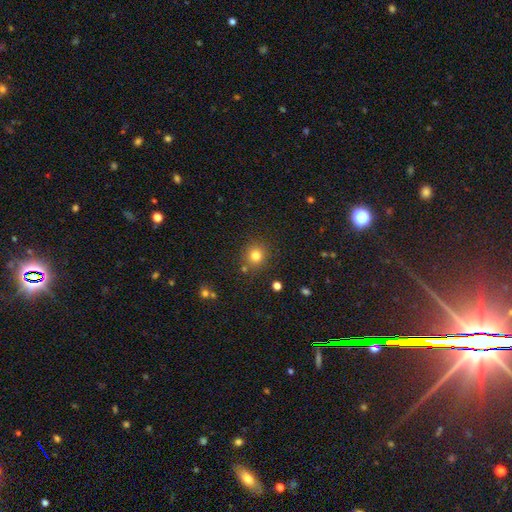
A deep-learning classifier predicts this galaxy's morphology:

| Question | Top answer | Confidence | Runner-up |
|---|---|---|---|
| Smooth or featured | smooth | 80% | star or artifact (14%) |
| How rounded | round | 89% | in between (10%) |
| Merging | none | 84% | minor disturbance (9%) |